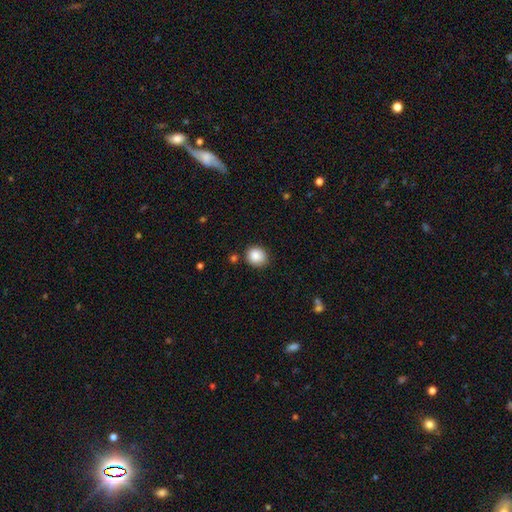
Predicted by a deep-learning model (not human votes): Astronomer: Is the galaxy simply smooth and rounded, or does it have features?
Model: smooth — 88%.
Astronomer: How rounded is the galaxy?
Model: round — 79%.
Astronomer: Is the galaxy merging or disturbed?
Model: none — 81%.